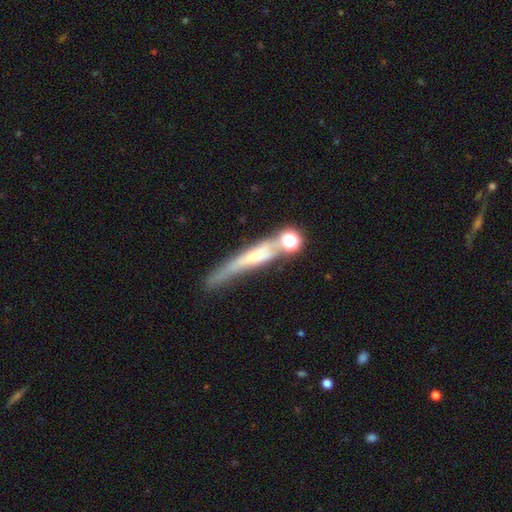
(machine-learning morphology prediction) type=featured or disk (53%); edge-on=yes (80%); merging=none (50%).